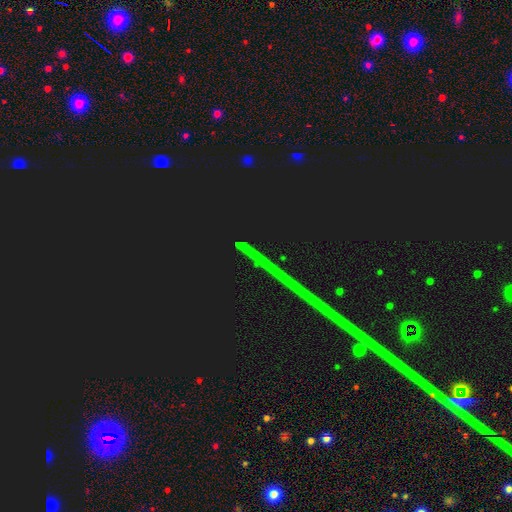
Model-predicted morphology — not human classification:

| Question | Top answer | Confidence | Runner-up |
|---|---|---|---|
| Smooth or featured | star or artifact | 87% | featured or disk (7%) |